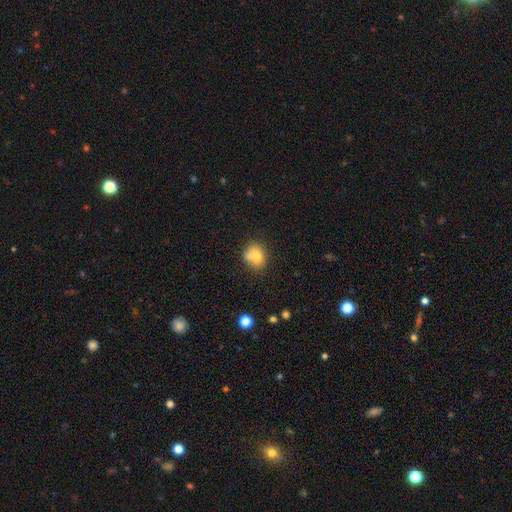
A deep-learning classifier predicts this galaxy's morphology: A smooth galaxy with no disk features (75%) that is round (74%).

Vote fractions:
- Smooth or featured? smooth: 75% / featured or disk: 14% / star or artifact: 11%
- How rounded? round: 74% / in between: 25% / cigar-shaped: 1%
- Merging? none: 61% / minor disturbance: 18% / merger: 17% / major disturbance: 5%